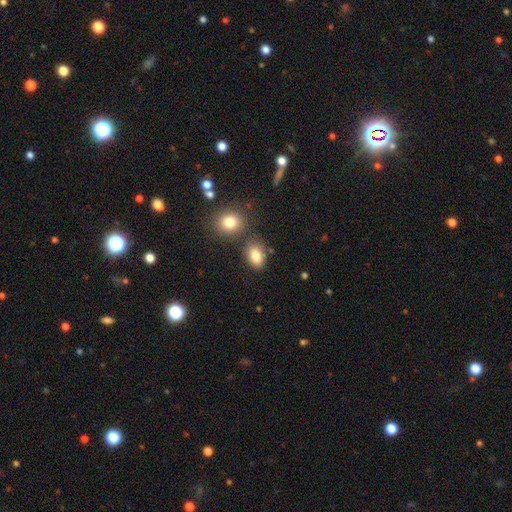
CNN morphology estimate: smooth_or_featured: smooth (p=0.83) [alt: star or artifact p=0.10]
how_rounded: in between (p=0.80) [alt: round p=0.19]
merging: none (p=0.69) [alt: merger p=0.14]